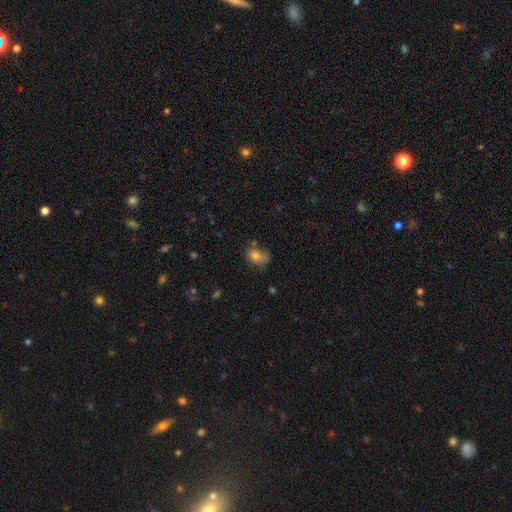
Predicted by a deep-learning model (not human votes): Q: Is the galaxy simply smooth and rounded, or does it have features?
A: smooth — 77%.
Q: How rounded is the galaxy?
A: in between — 76%.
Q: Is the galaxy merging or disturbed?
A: none — 53%.